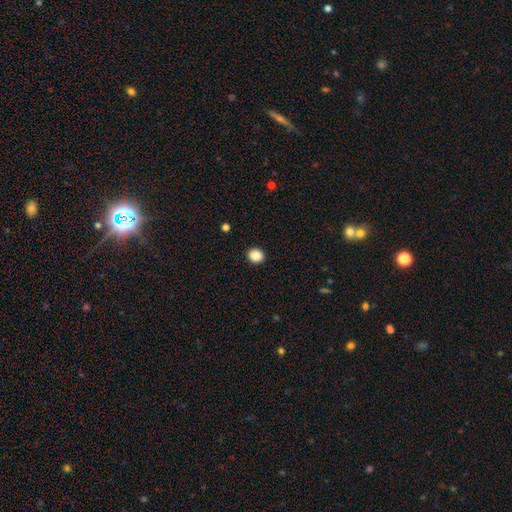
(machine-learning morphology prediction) Smooth or featured: smooth — 88% (star or artifact — 9%)
How rounded: round — 73% (in between — 26%)
Merging: none — 92% (minor disturbance — 5%)